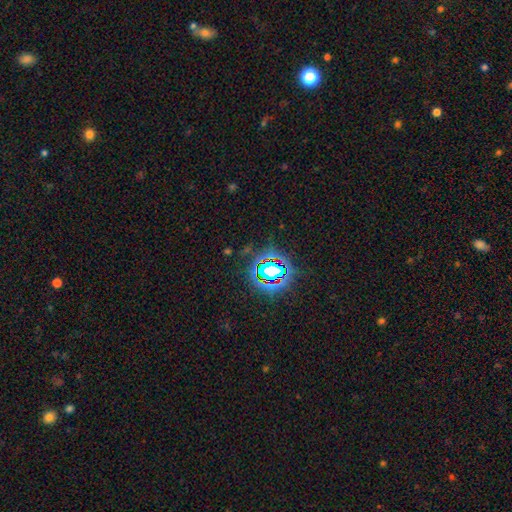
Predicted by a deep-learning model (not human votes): smooth_or_featured: star or artifact (p=0.78) [alt: smooth p=0.14]